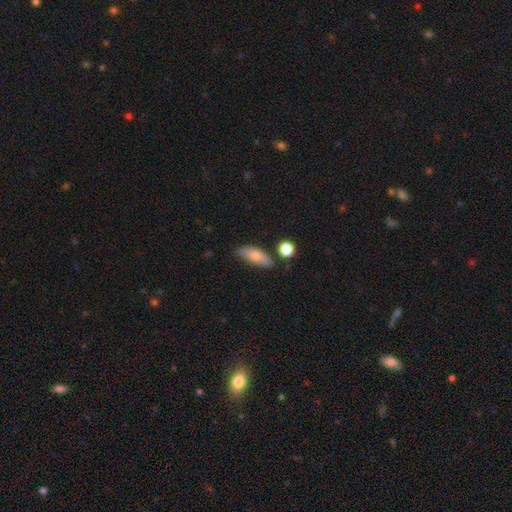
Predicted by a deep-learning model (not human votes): smooth-or-featured: smooth: 78% | featured or disk: 15% | star or artifact: 7%
  how-rounded: in between: 73% | cigar-shaped: 24% | round: 4%
  merging: none: 72% | minor disturbance: 18% | merger: 6% | major disturbance: 4%